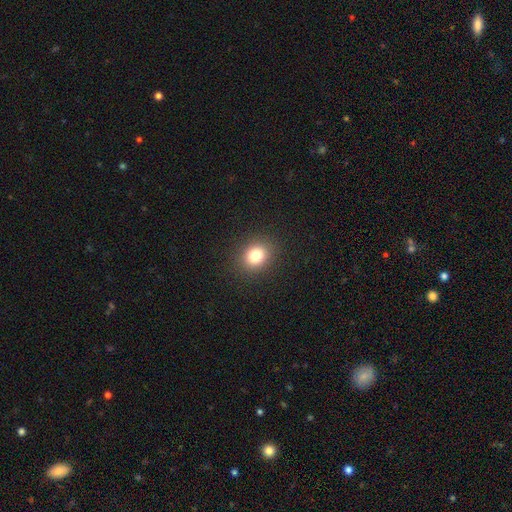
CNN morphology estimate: Smooth or featured?
  - smooth: 80% *
  - star or artifact: 12%
  - featured or disk: 8%
How rounded?
  - round: 63% *
  - in between: 37%
  - cigar-shaped: 1%
Merging?
  - none: 89% *
  - minor disturbance: 7%
  - major disturbance: 3%
  - merger: 1%